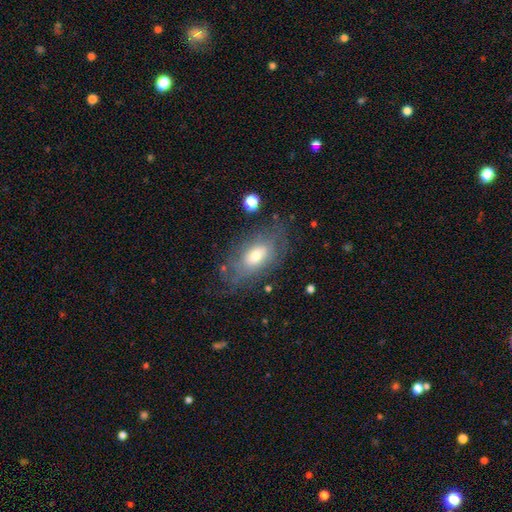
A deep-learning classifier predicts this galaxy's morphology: smooth_or_featured: featured or disk (p=0.50) [alt: smooth p=0.41]
disk_edge_on: no (p=0.90) [alt: yes p=0.10]
merging: none (p=0.65) [alt: minor disturbance p=0.20]